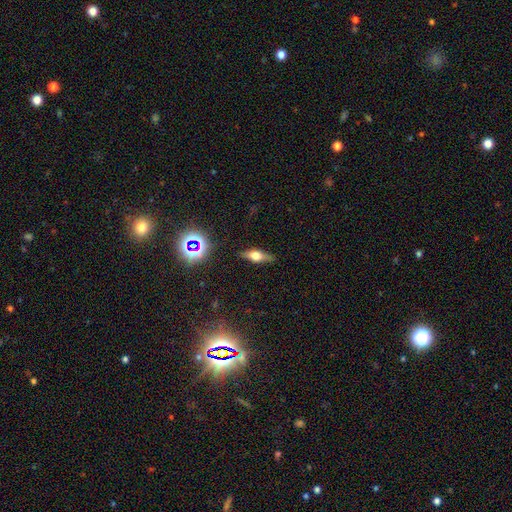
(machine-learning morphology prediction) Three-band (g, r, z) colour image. It shows a featured or disk galaxy (47%). Merging: none (84%).